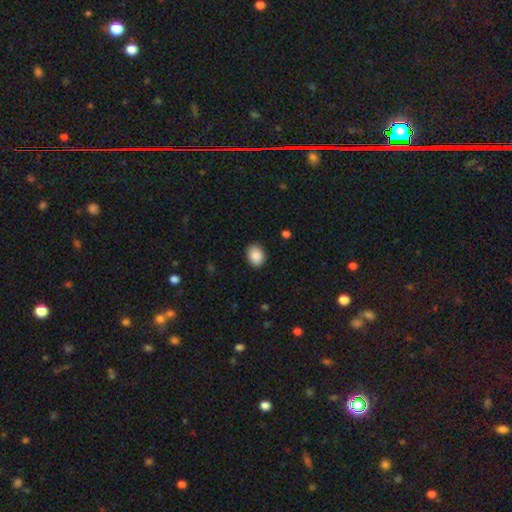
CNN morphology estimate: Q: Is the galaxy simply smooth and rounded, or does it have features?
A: smooth — 89%.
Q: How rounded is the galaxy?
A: in between — 63%.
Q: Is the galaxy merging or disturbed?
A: none — 87%.